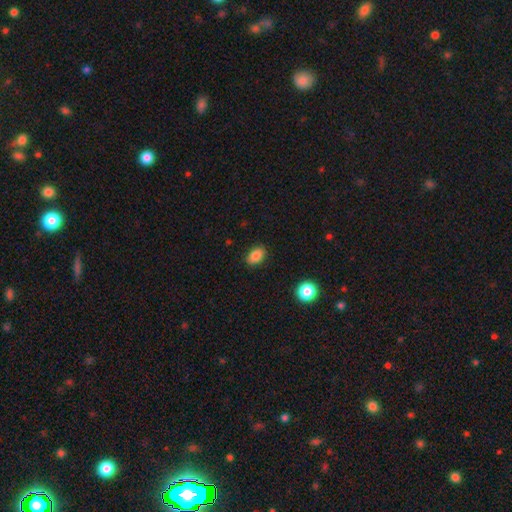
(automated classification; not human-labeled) Morphology: type=smooth (85%); roundness=in between (84%); merging=none (87%).